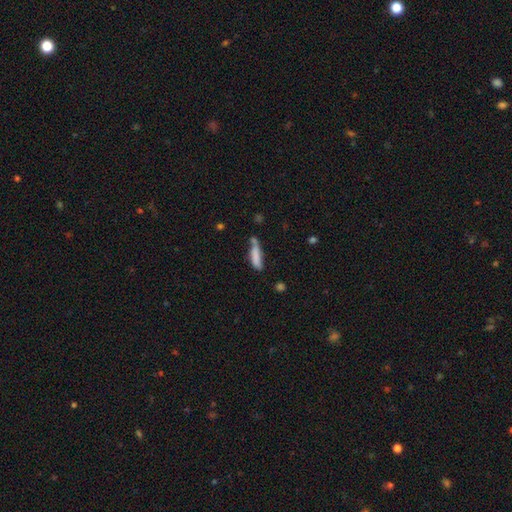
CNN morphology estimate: A smooth galaxy with no disk features (78%) that is cigar-shaped (67%).

Vote fractions:
- Smooth or featured? smooth: 78% / featured or disk: 15% / star or artifact: 8%
- How rounded? cigar-shaped: 67% / in between: 31% / round: 2%
- Merging? none: 43% / minor disturbance: 28% / merger: 17% / major disturbance: 12%